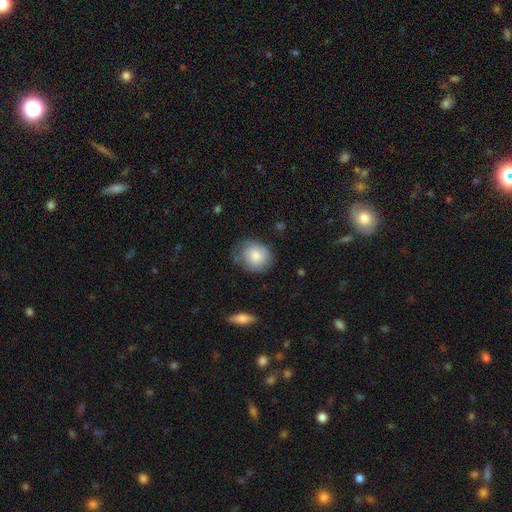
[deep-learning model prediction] A smooth galaxy with no disk features (81%) that is round (66%).

Vote fractions:
- Smooth or featured? smooth: 81% / featured or disk: 12% / star or artifact: 7%
- How rounded? round: 66% / in between: 33% / cigar-shaped: 1%
- Merging? none: 65% / minor disturbance: 26% / major disturbance: 7% / merger: 2%